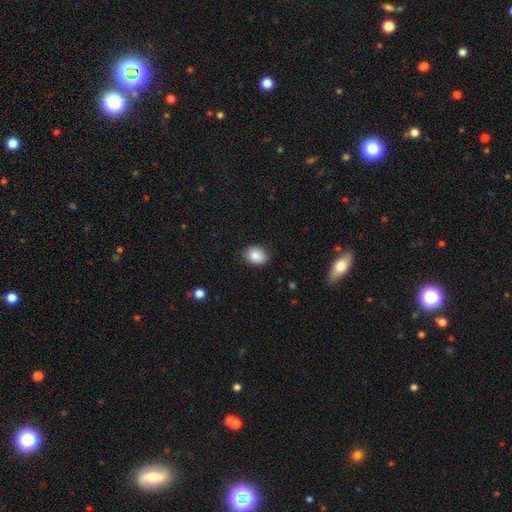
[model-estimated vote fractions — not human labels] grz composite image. It shows a smooth galaxy with no disk features (87%) that is in between round and cigar-shaped (60%). Merging: none (86%).